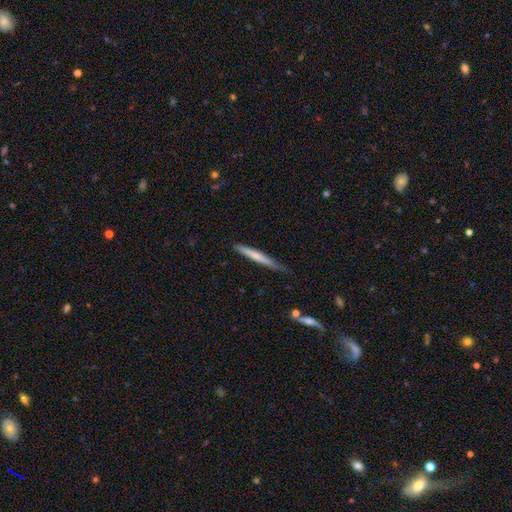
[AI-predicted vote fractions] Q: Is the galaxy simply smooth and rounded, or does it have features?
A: smooth — 61%.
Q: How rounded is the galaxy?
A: cigar-shaped — 96%.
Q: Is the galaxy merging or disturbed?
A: none — 73%.